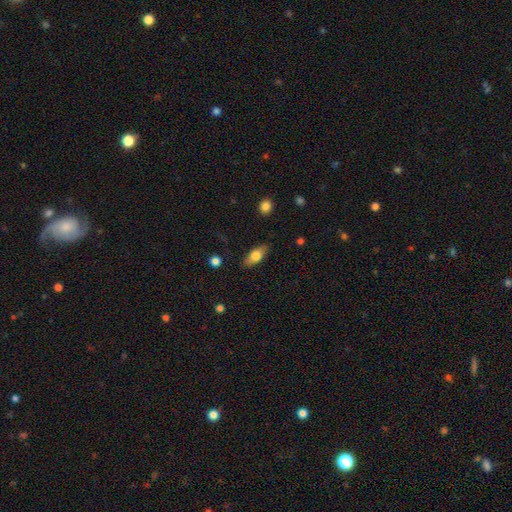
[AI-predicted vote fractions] A smooth galaxy with no disk features (72%) that is in between round and cigar-shaped (81%).

Vote fractions:
- Smooth or featured? smooth: 72% / featured or disk: 21% / star or artifact: 7%
- How rounded? in between: 81% / cigar-shaped: 15% / round: 4%
- Merging? none: 84% / minor disturbance: 12% / major disturbance: 3% / merger: 1%